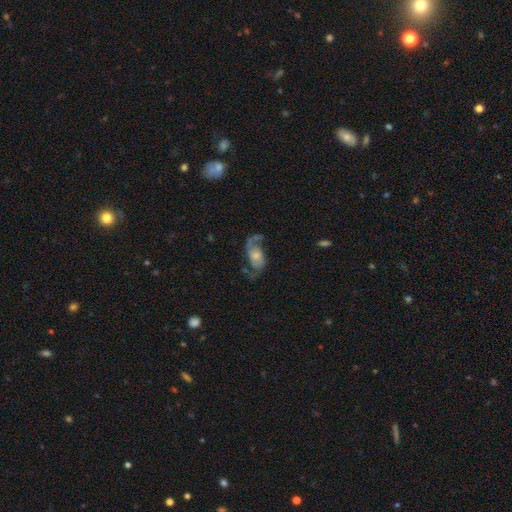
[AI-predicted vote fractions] Smooth or featured: featured or disk — 73% (smooth — 20%)
Edge-on disk: no — 96% (yes — 4%)
Bar: no — 62% (weak — 31%)
Spiral arms: yes — 90% (no — 10%)
Spiral winding: loose — 63% (medium — 29%)
Spiral arm count: 2 — 86% (1 — 7%)
Bulge size: small — 38% (moderate — 35%)
Merging: none — 49% (major disturbance — 24%)